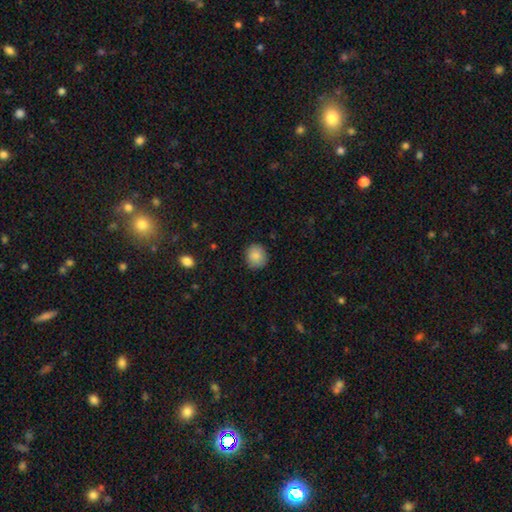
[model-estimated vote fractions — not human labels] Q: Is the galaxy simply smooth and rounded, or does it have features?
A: smooth — 86%.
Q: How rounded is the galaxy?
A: round — 88%.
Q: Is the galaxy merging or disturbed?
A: none — 89%.